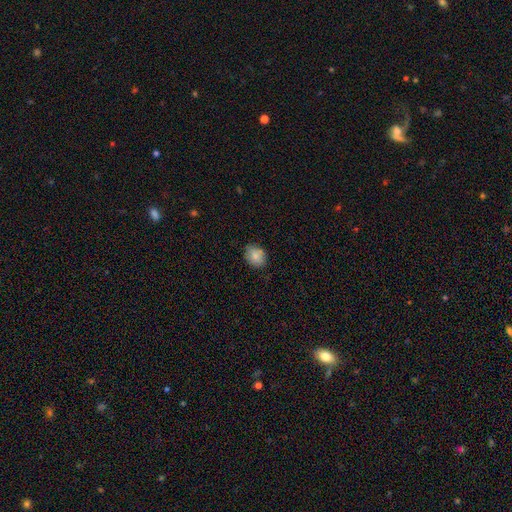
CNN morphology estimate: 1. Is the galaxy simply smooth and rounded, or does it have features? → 85% smooth, 8% star or artifact, 7% featured or disk.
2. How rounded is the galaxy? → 51% round, 48% in between, 1% cigar-shaped.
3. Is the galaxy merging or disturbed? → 80% none, 15% minor disturbance, 2% major disturbance, 2% merger.